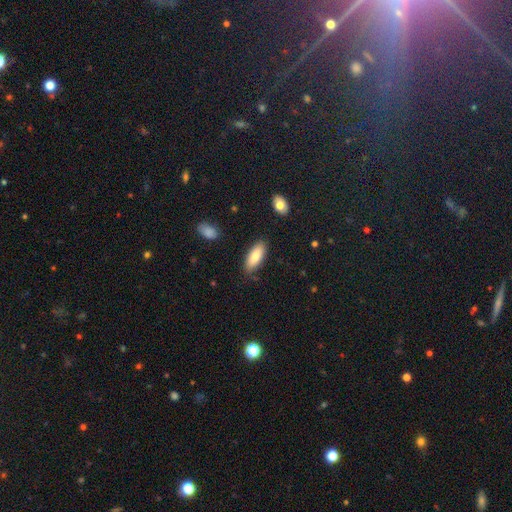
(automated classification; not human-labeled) Overall: smooth (83%). How rounded: in between (76%). Merging: none (82%).